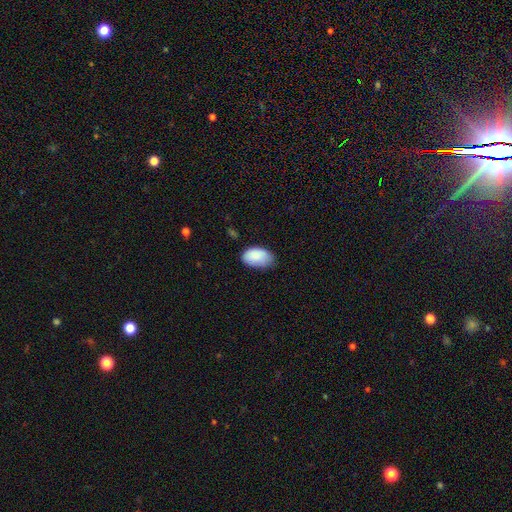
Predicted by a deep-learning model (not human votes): Morphology: type=smooth (87%); roundness=in between (93%); merging=none (64%).